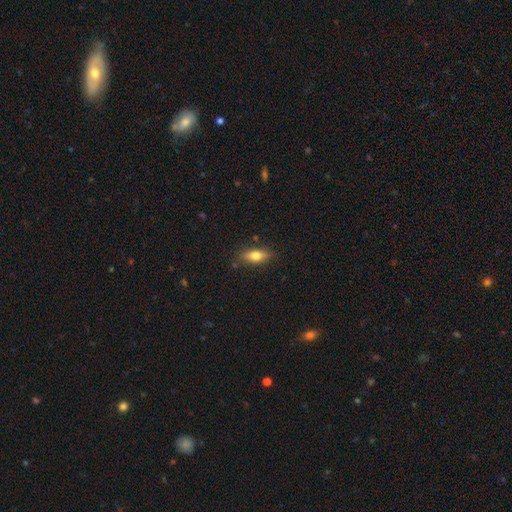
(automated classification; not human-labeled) smooth 66%, featured or disk 26%, star or artifact 8%. Down the decision tree: how rounded — in between (68%); merging — none (84%).